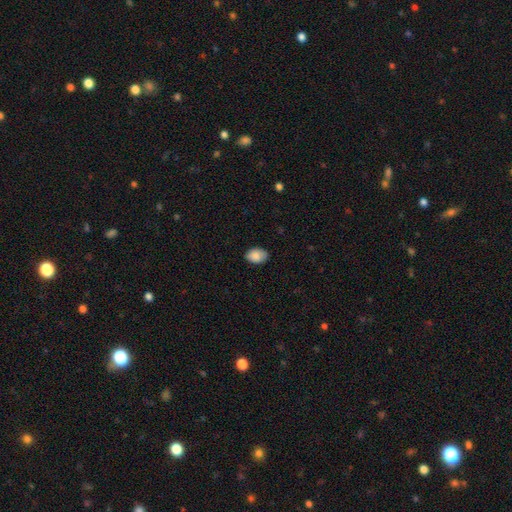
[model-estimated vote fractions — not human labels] Smooth or featured?
  - smooth: 87% *
  - star or artifact: 7%
  - featured or disk: 6%
How rounded?
  - in between: 81% *
  - round: 18%
  - cigar-shaped: 1%
Merging?
  - none: 83% *
  - minor disturbance: 14%
  - major disturbance: 2%
  - merger: 1%